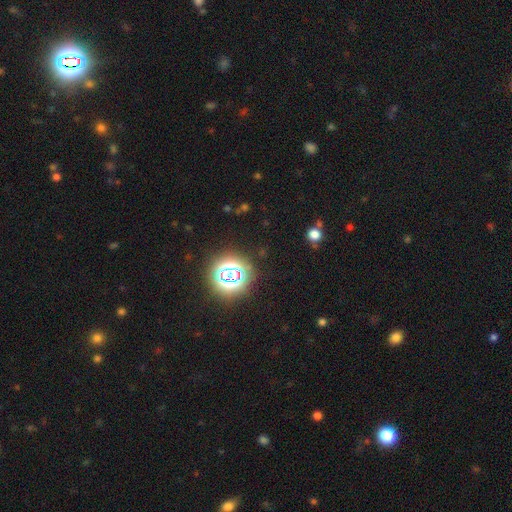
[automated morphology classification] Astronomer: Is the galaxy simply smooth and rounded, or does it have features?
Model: star or artifact — 77%.